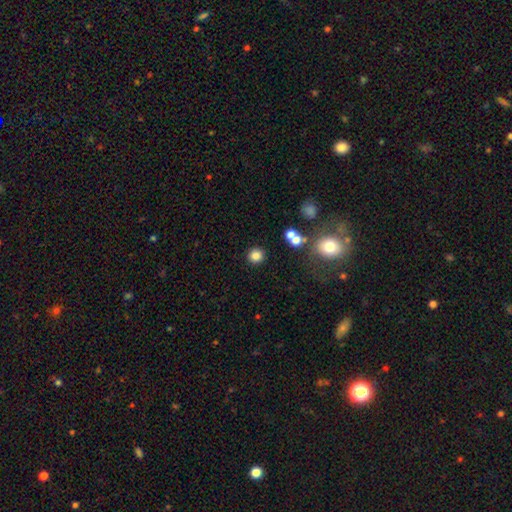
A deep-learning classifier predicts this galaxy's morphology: Smooth or featured?
  - smooth: 82% *
  - star or artifact: 13%
  - featured or disk: 6%
How rounded?
  - round: 90% *
  - in between: 9%
  - cigar-shaped: 1%
Merging?
  - none: 86% *
  - minor disturbance: 6%
  - merger: 5%
  - major disturbance: 3%